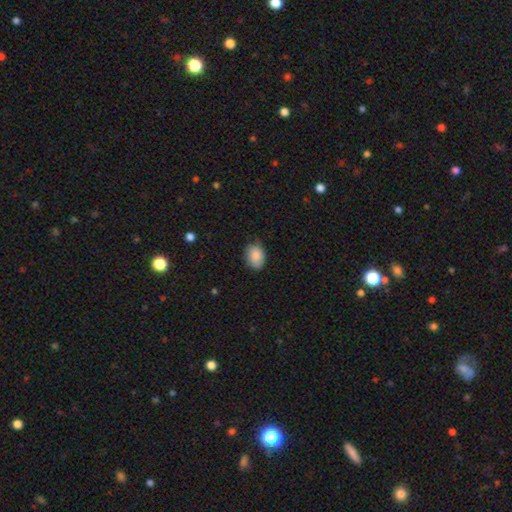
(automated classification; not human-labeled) smooth 87%, star or artifact 7%, featured or disk 6%. Down the decision tree: how rounded — in between (70%); merging — none (73%).